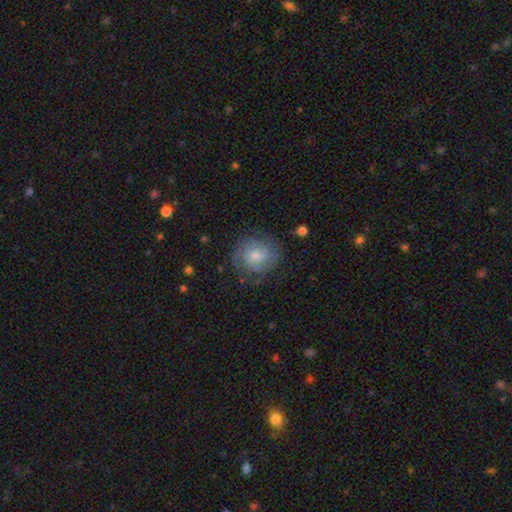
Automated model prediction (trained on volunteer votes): The model was most divided on "bulge size": moderate: 48%, small: 41%, large: 6%, none: 5%, dominant: 1%. Remaining: edge-on disk — no (98%); spiral arms — yes (89%); merging — none (78%); bar — no (67%); smooth or featured — featured or disk (61%); spiral winding — tight (59%); spiral arm count — 2 (50%).